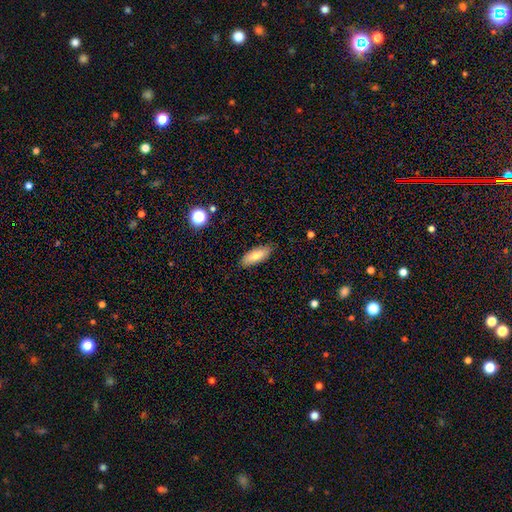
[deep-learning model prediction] Overall: smooth (75%). How rounded: in between (72%). Merging: none (85%).